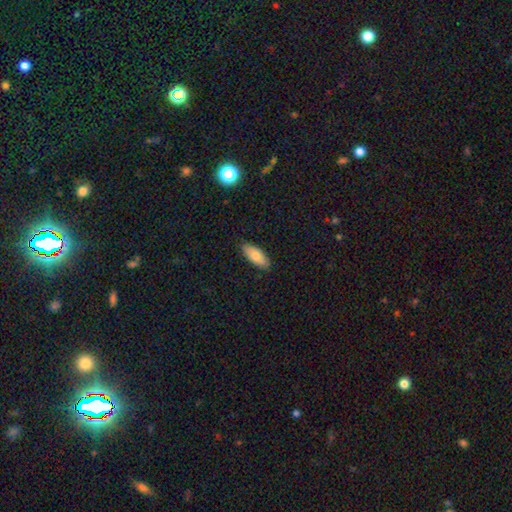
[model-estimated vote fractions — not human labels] The model was most divided on "how rounded": in between: 79%, cigar-shaped: 19%, round: 2%. More confident: merging — none (87%); smooth or featured — smooth (83%).